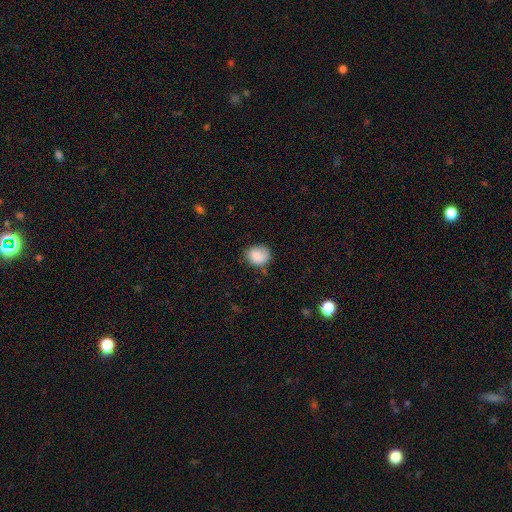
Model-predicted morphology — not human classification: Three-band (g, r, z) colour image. It shows a smooth galaxy with no disk features (86%) that is round (63%). Merging: none (70%).